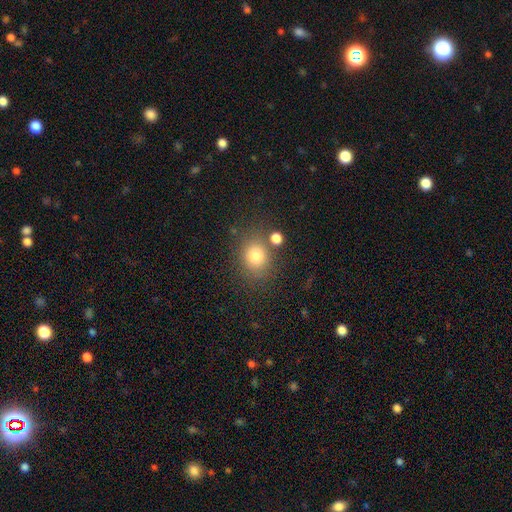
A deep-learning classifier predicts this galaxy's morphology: Overall: smooth (77%). How rounded: round (69%; in between 30%). Merging: none (75%).